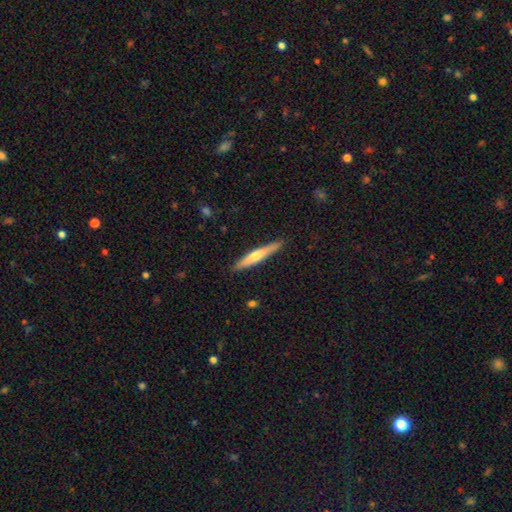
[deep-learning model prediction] smooth_or_featured: smooth (p=0.50) [alt: featured or disk p=0.44]
how_rounded: cigar-shaped (p=0.94) [alt: in between p=0.04]
merging: none (p=0.90) [alt: minor disturbance p=0.08]